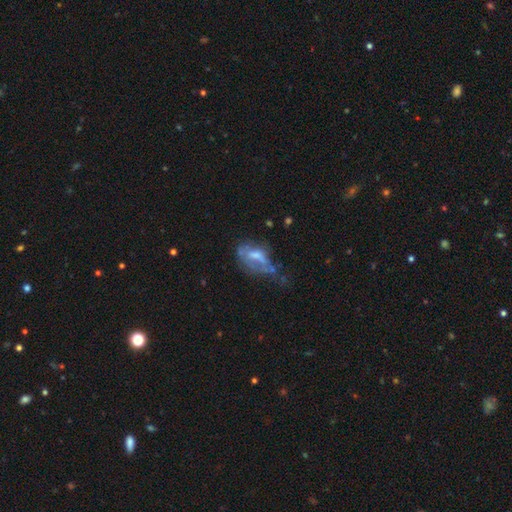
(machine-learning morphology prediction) The model was most divided on "smooth or featured": featured or disk: 49%, smooth: 39%, star or artifact: 12%. Remaining: merging — major disturbance (37%).